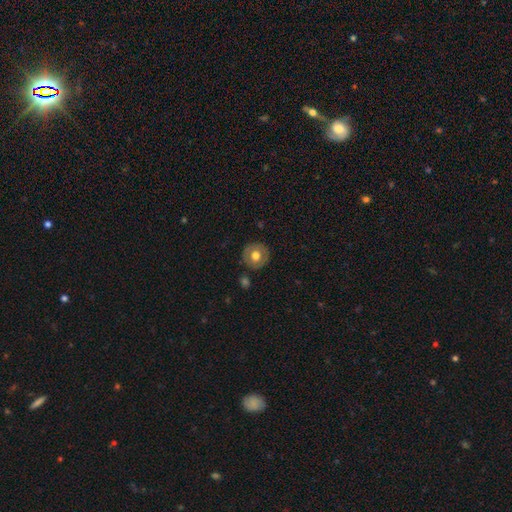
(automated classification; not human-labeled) smooth_or_featured: smooth (p=0.62) [alt: featured or disk p=0.31]
how_rounded: round (p=0.90) [alt: in between p=0.09]
merging: none (p=0.86) [alt: minor disturbance p=0.09]